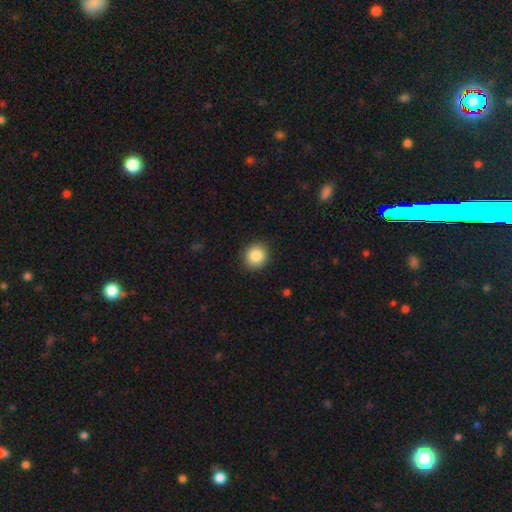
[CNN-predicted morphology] smooth-or-featured: smooth: 86% | star or artifact: 8% | featured or disk: 5%
  how-rounded: round: 85% | in between: 14% | cigar-shaped: 1%
  merging: none: 90% | minor disturbance: 7% | major disturbance: 2% | merger: 1%